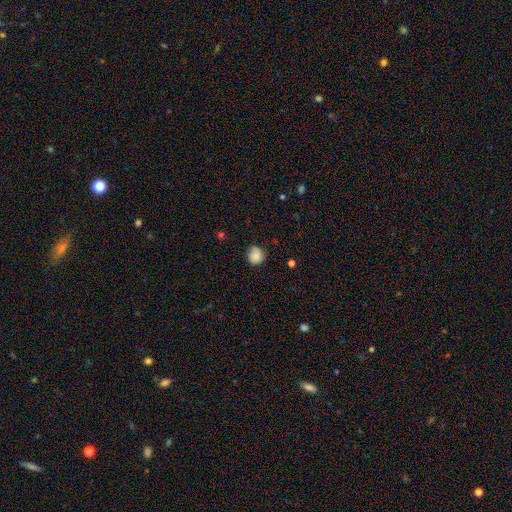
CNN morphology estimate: Smooth or featured?
  - smooth: 81% *
  - featured or disk: 11%
  - star or artifact: 8%
How rounded?
  - round: 86% *
  - in between: 13%
  - cigar-shaped: 1%
Merging?
  - none: 74% *
  - minor disturbance: 21%
  - major disturbance: 4%
  - merger: 1%